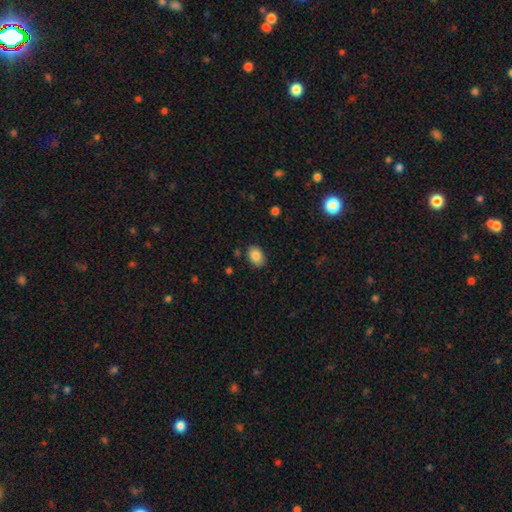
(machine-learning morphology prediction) A smooth galaxy with no disk features (84%) that is in between round and cigar-shaped (79%). Merging: none (83%).